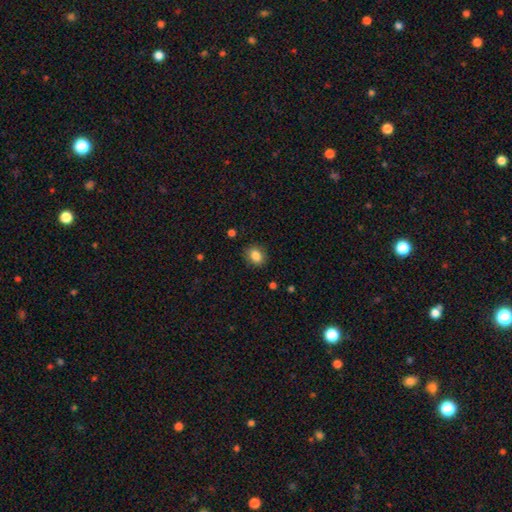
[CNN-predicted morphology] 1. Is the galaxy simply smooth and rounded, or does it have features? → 85% smooth, 10% star or artifact, 5% featured or disk.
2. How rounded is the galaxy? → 53% round, 46% in between, 1% cigar-shaped.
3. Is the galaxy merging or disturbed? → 87% none, 9% minor disturbance, 3% major disturbance, 1% merger.